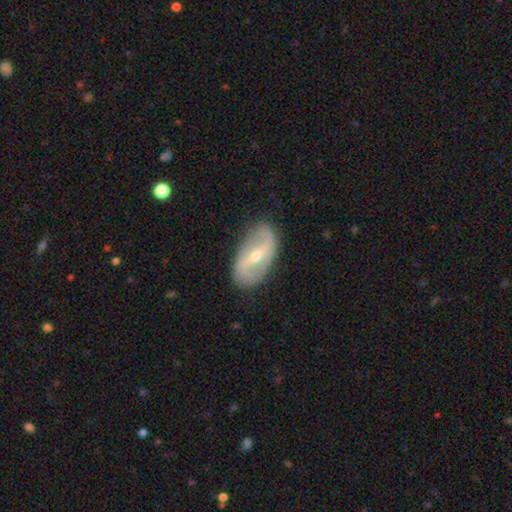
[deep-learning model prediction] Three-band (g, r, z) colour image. It shows a featured or disk galaxy (78%) with a strong bar (56%), spiral arms (66%) and a small central bulge (54%). Merging: none (83%).